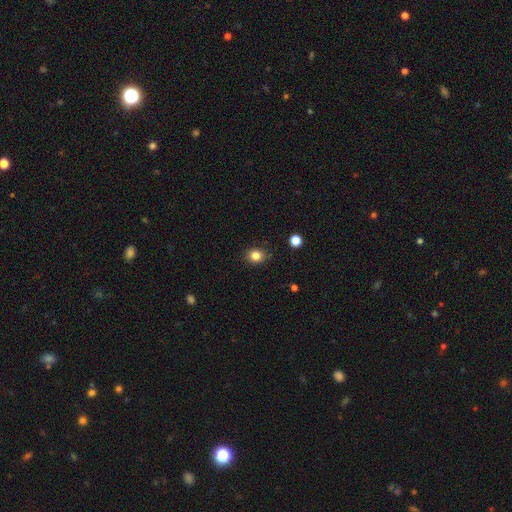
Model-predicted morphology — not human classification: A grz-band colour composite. It shows a smooth galaxy with no disk features (83%) that is round (67%). Merging: none (86%).